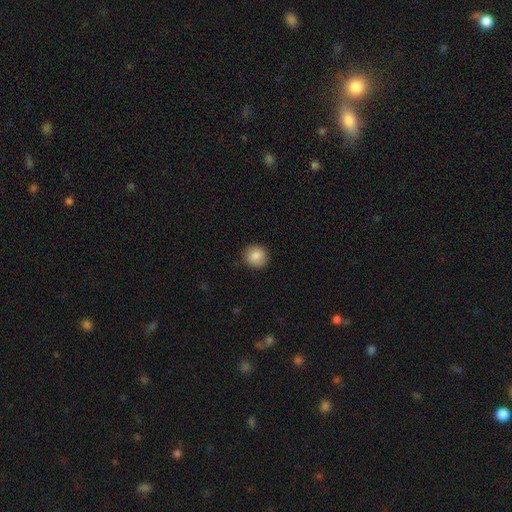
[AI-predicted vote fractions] This is clearly a smooth galaxy (86%). How rounded: clearly round (90%). Merging: clearly none (90%).